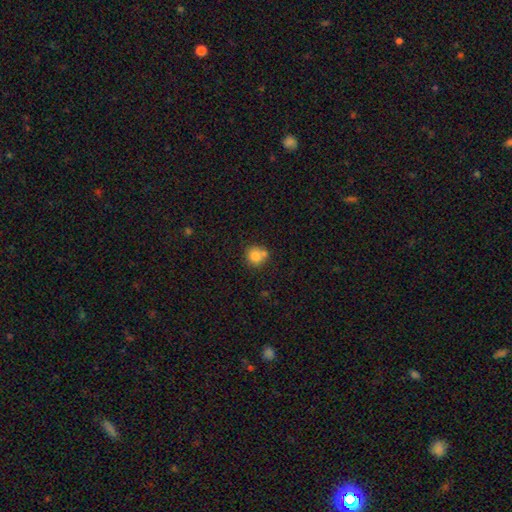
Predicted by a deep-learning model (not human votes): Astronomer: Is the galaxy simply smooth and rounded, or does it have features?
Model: smooth — 81%.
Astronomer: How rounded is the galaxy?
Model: round — 87%.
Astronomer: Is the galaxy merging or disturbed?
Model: none — 57%.